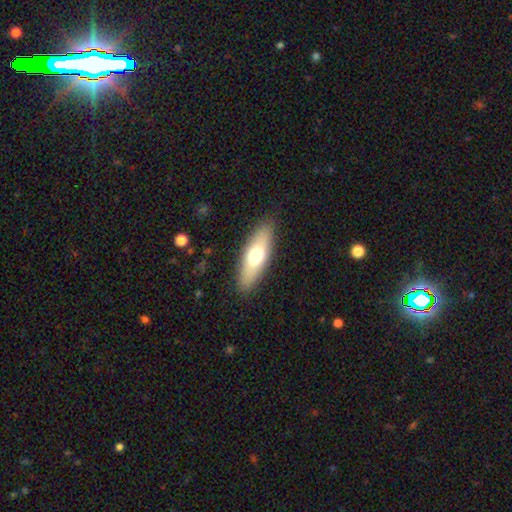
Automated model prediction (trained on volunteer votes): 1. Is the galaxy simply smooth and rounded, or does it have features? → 64% smooth, 29% featured or disk, 7% star or artifact.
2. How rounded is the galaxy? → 57% in between, 40% cigar-shaped, 3% round.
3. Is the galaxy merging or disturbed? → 87% none, 9% minor disturbance, 3% major disturbance, 1% merger.